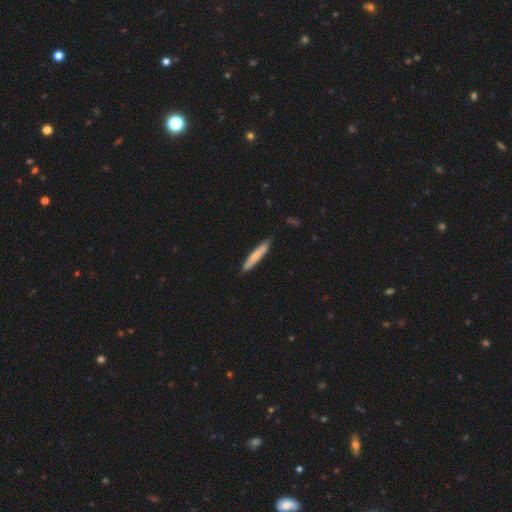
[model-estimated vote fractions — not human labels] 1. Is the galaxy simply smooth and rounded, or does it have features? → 75% smooth, 20% featured or disk, 5% star or artifact.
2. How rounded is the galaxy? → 94% cigar-shaped, 5% in between, 1% round.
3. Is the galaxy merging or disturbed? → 86% none, 11% minor disturbance, 2% major disturbance, 1% merger.